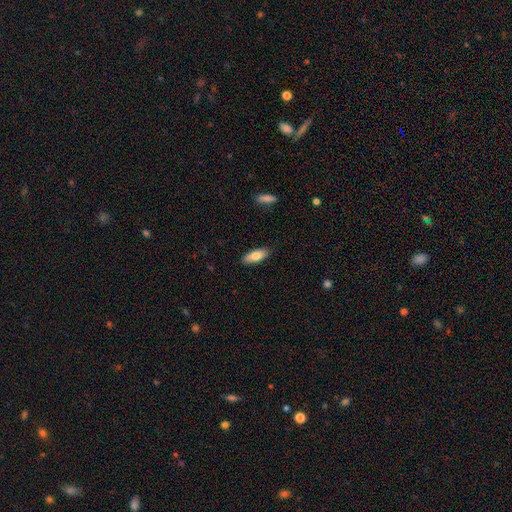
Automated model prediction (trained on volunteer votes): Smooth or featured? Predicted: smooth (p=0.79). How rounded? Predicted: in between (p=0.73). Merging? Predicted: none (p=0.87).